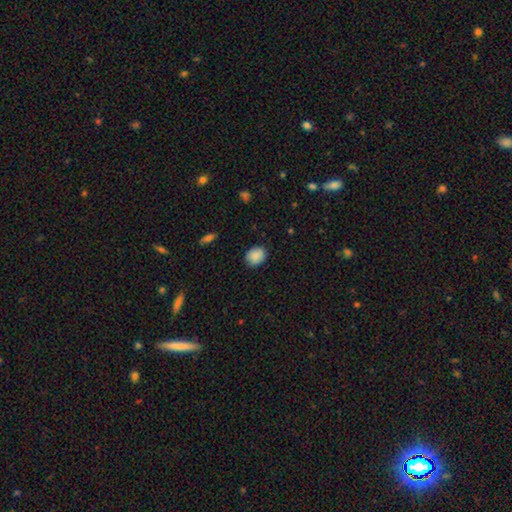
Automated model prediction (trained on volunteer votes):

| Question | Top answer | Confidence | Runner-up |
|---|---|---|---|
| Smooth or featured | smooth | 86% | star or artifact (8%) |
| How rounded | in between | 51% | round (48%) |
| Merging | none | 82% | minor disturbance (14%) |